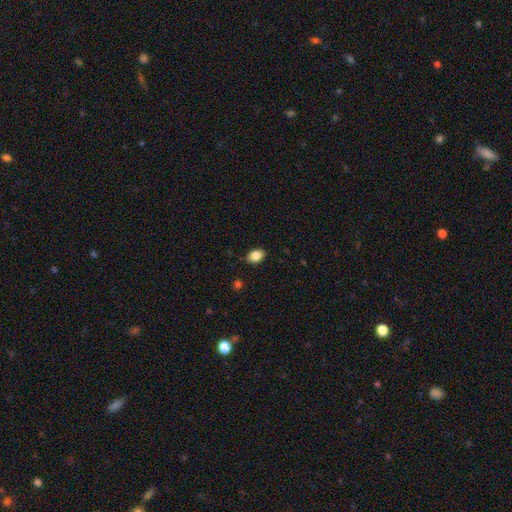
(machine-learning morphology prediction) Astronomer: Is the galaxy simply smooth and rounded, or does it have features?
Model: smooth — 85%.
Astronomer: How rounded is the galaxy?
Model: in between — 78%.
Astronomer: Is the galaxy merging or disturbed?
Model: none — 85%.